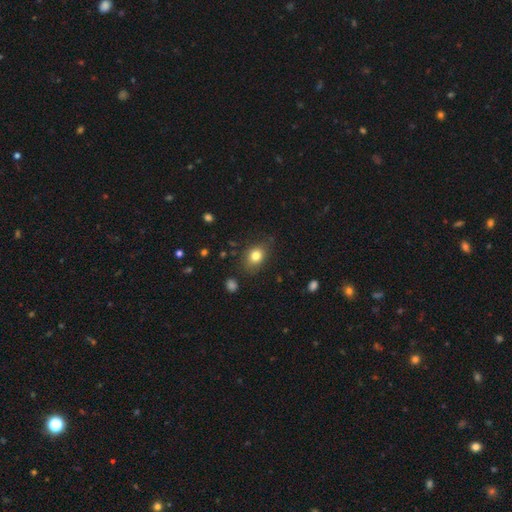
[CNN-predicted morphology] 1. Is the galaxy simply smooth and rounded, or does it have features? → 80% smooth, 10% star or artifact, 10% featured or disk.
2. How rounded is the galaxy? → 63% in between, 36% round, 1% cigar-shaped.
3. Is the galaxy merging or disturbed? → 78% none, 17% minor disturbance, 4% major disturbance, 2% merger.